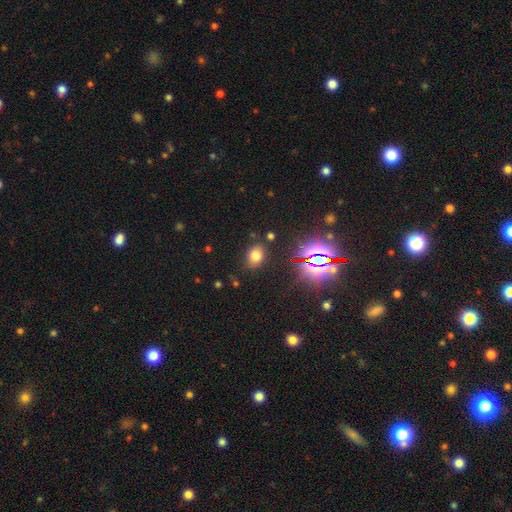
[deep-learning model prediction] Morphology: type=smooth (70%); roundness=in between (70%); merging=none (83%).